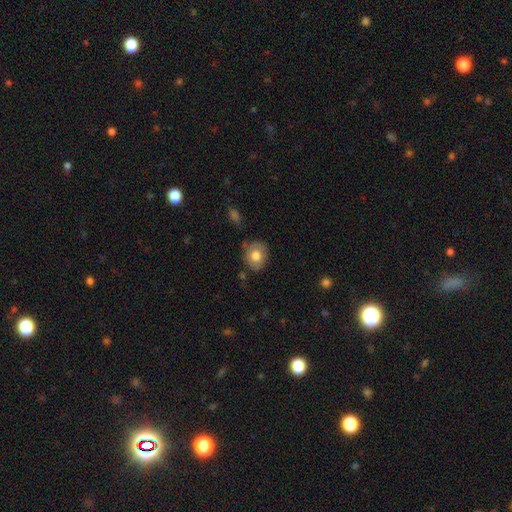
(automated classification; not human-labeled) smooth-or-featured: smooth: 70% | featured or disk: 22% | star or artifact: 8%
  how-rounded: round: 63% | in between: 37% | cigar-shaped: 1%
  merging: none: 75% | minor disturbance: 18% | major disturbance: 4% | merger: 3%